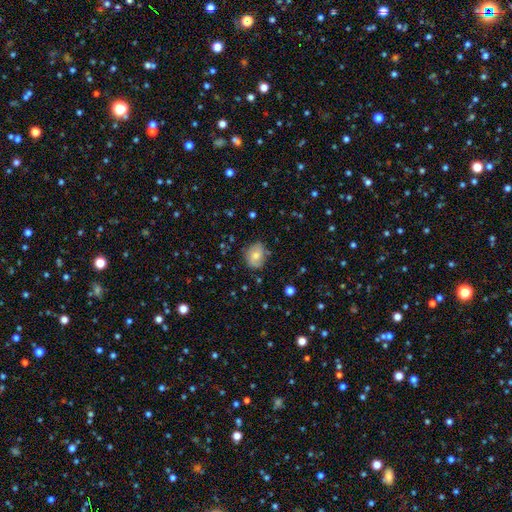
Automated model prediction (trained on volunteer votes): Smooth or featured? smooth (66%)
How rounded? round (53%)
Merging? none (72%)